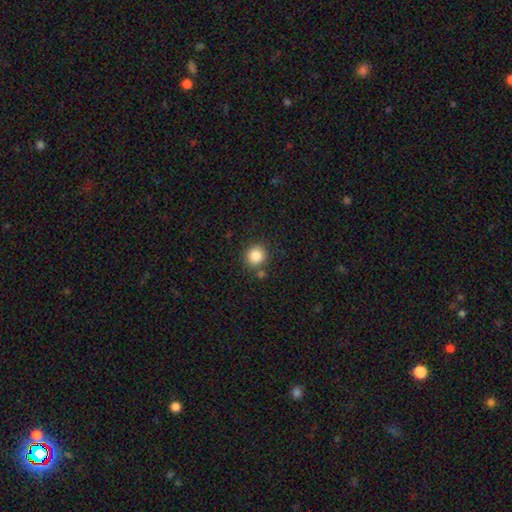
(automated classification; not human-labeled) The model was most divided on "merging": none: 81%, minor disturbance: 9%, merger: 7%, major disturbance: 3%. More confident: how rounded — round (90%); smooth or featured — smooth (85%).